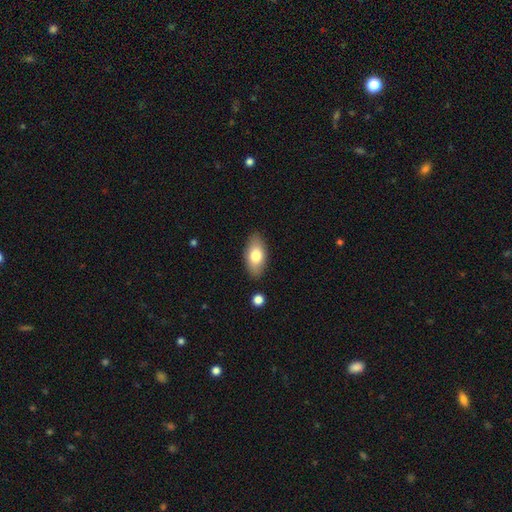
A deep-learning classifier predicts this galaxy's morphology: Overall: smooth (77%). How rounded: in between (91%). Merging: none (85%).